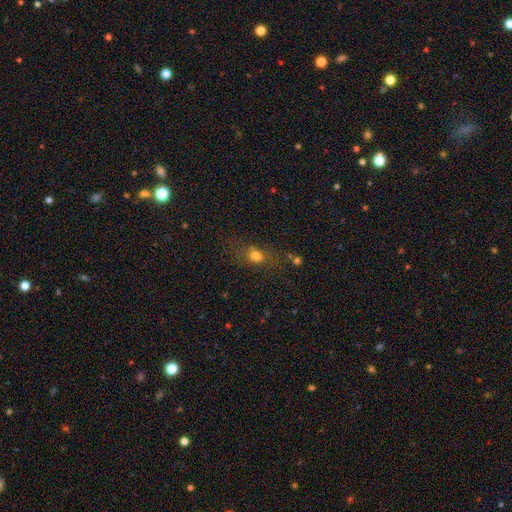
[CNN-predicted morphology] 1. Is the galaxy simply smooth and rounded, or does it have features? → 65% smooth, 18% star or artifact, 17% featured or disk.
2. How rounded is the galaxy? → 55% in between, 35% round, 10% cigar-shaped.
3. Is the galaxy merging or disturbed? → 57% none, 16% minor disturbance, 15% merger, 11% major disturbance.